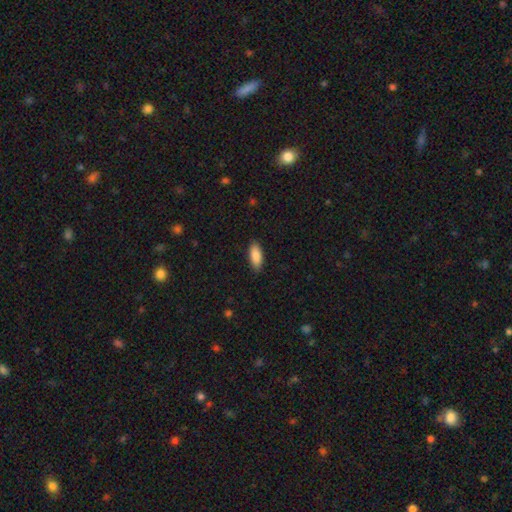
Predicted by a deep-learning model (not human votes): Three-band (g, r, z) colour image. It shows a smooth galaxy with no disk features (89%) that is in between round and cigar-shaped (80%). Merging: none (87%).